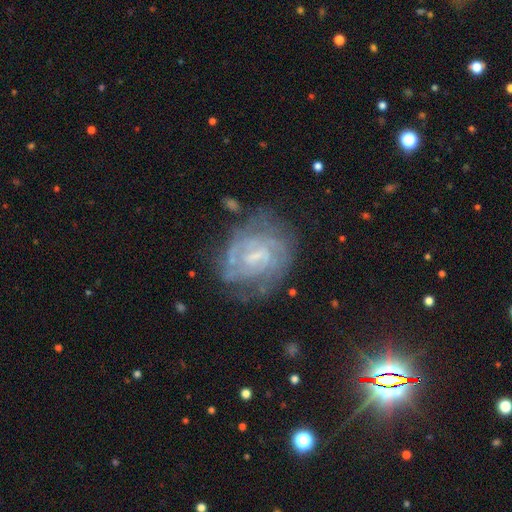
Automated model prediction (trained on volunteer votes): Morphology: type=featured or disk (80%); edge-on=no (97%); bar=weak (57%); spiral arms=yes (89%); winding=tight (60%); arm count=can't tell (40%); bulge=small (50%); merging=none (66%).